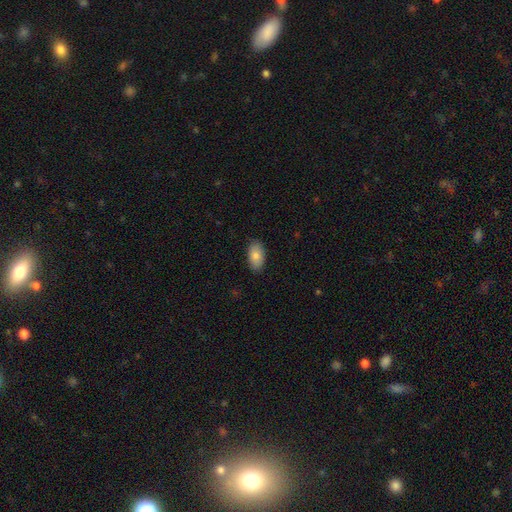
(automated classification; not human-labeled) The model was most divided on "smooth or featured": smooth: 83%, featured or disk: 10%, star or artifact: 6%. More confident: how rounded — in between (94%); merging — none (88%).